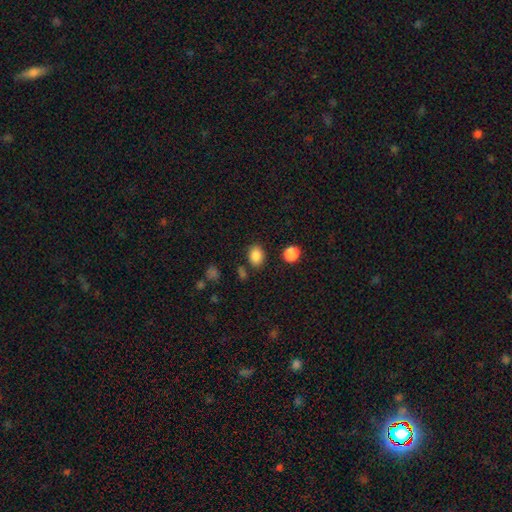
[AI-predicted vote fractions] Smooth or featured: smooth — 86% (star or artifact — 10%)
How rounded: in between — 68% (round — 31%)
Merging: none — 81% (minor disturbance — 11%)